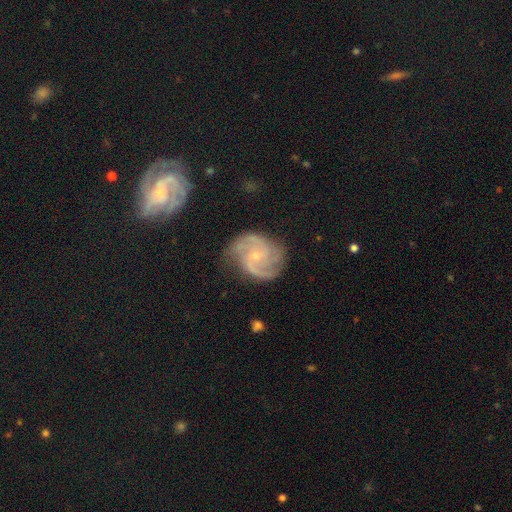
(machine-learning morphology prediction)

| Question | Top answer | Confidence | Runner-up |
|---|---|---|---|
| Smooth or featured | featured or disk | 89% | smooth (6%) |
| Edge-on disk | no | 98% | yes (2%) |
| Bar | no | 62% | weak (32%) |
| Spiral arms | yes | 98% | no (2%) |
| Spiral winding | medium | 51% | tight (34%) |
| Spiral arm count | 2 | 52% | 3 (26%) |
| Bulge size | small | 78% | moderate (17%) |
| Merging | none | 73% | minor disturbance (19%) |